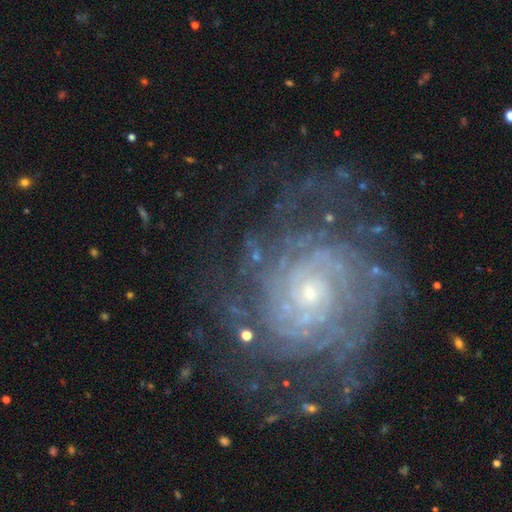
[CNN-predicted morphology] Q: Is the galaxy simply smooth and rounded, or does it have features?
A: featured or disk — 82%.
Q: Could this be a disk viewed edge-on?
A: no — 97%.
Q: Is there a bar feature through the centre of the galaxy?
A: no — 68%.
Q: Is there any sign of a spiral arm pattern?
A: yes — 96%.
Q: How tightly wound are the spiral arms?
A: tight — 73%.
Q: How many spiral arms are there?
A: can't tell — 29%.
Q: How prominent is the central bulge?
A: small — 71%.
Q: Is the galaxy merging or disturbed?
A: none — 72%.